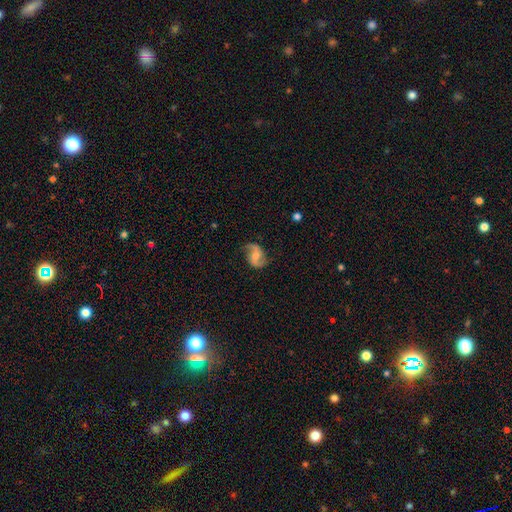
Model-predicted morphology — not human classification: This appears to be a featured or disk galaxy (83%) with a weak bar (43%, tied with no), 2 (93%) loose (57%) spiral arms (95%) and a moderate central bulge (59%). Merging: none (79%).